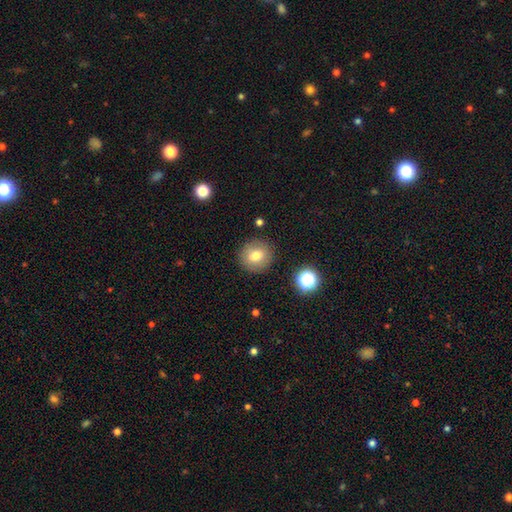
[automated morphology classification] Smooth or featured: smooth — 74% (featured or disk — 15%)
How rounded: round — 90% (in between — 9%)
Merging: none — 87% (minor disturbance — 8%)